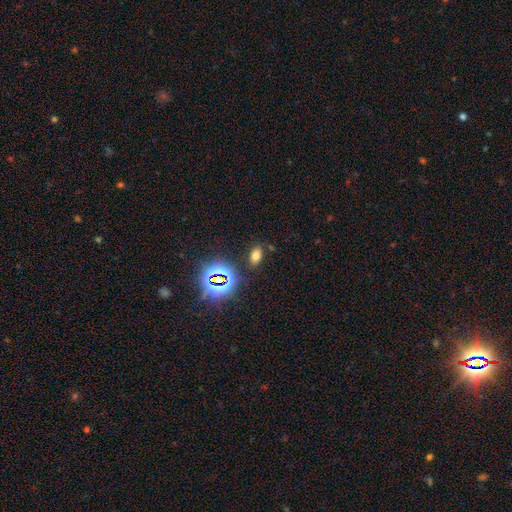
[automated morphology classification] Smooth or featured?
  - smooth: 65% *
  - star or artifact: 26%
  - featured or disk: 9%
How rounded?
  - in between: 88% *
  - round: 10%
  - cigar-shaped: 3%
Merging?
  - none: 85% *
  - minor disturbance: 9%
  - major disturbance: 3%
  - merger: 3%